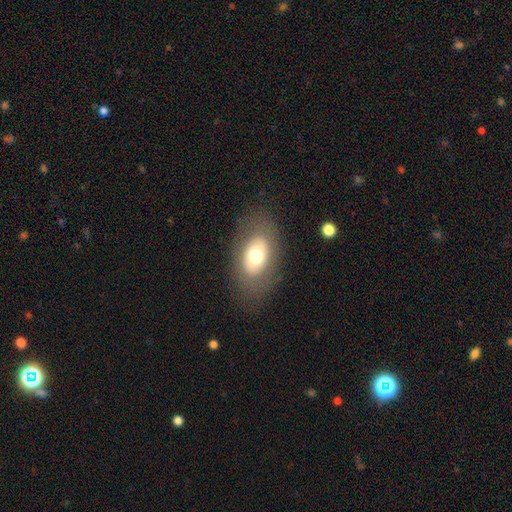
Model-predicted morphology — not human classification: Q: Smooth or featured?
A: smooth (62%); runner-up: featured or disk (30%)
Q: How rounded?
A: in between (86%); runner-up: round (13%)
Q: Merging?
A: none (79%); runner-up: minor disturbance (13%)